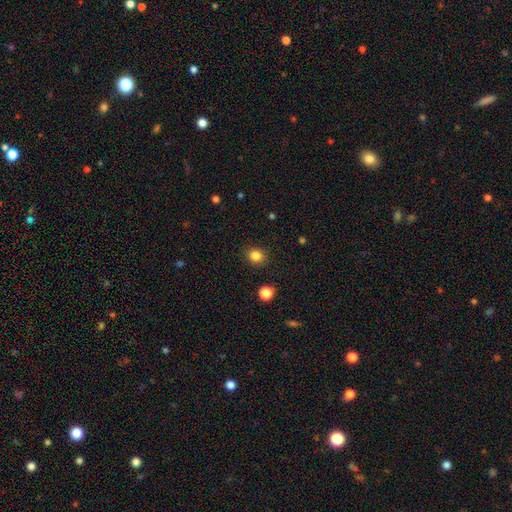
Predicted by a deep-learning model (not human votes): Smooth or featured? Predicted: smooth (p=0.84). How rounded? Predicted: round (p=0.77). Merging? Predicted: none (p=0.89).